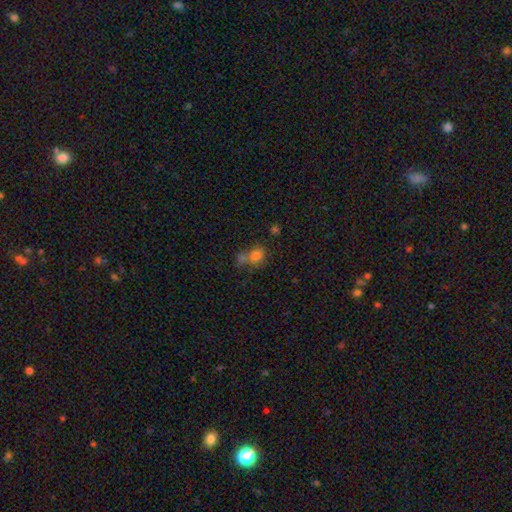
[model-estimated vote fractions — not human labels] Morphology: type=smooth (75%); roundness=round (50%); merging=merger (45%).